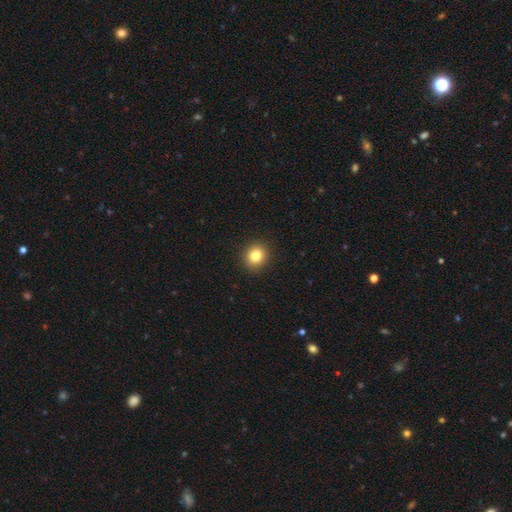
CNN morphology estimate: Smooth or featured: smooth — 82% (star or artifact — 11%)
How rounded: round — 81% (in between — 18%)
Merging: none — 92% (minor disturbance — 5%)